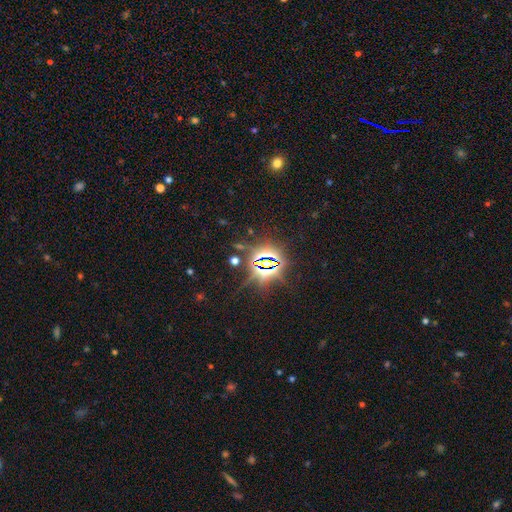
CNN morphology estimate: The model was most divided on "smooth or featured": star or artifact: 85%, smooth: 9%, featured or disk: 6%.